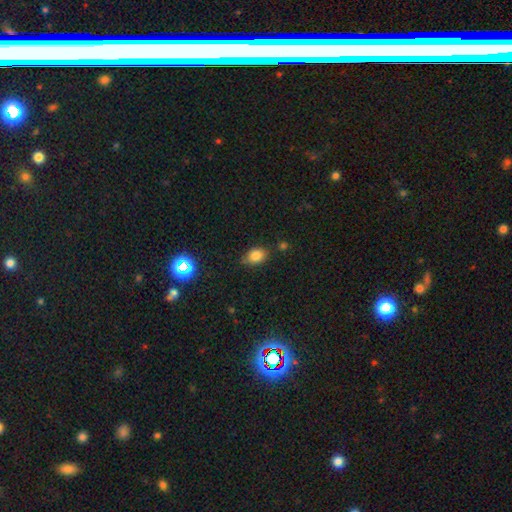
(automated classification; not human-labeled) A smooth galaxy with no disk features (80%) that is in between round and cigar-shaped (72%). Merging: none (72%).